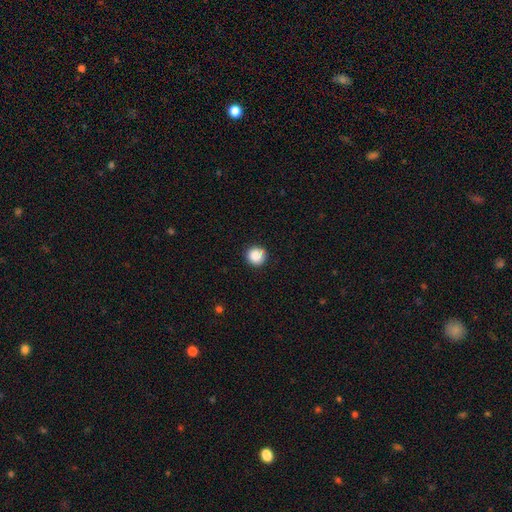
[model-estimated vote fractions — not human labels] smooth_or_featured: smooth (p=0.86) [alt: star or artifact p=0.10]
how_rounded: round (p=0.95) [alt: in between p=0.04]
merging: none (p=0.83) [alt: minor disturbance p=0.11]